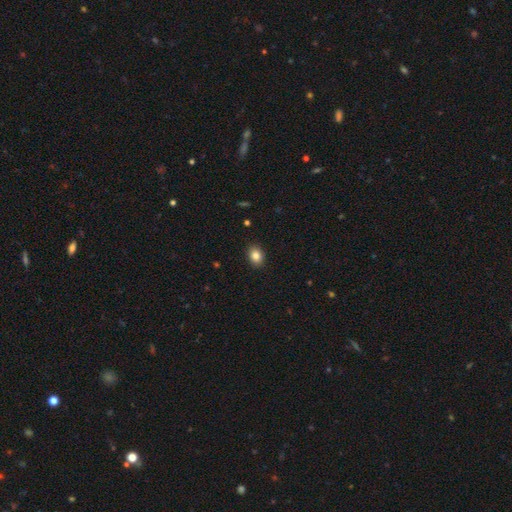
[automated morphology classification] Overall: smooth (85%). How rounded: in between (65%; round 34%). Merging: none (90%).